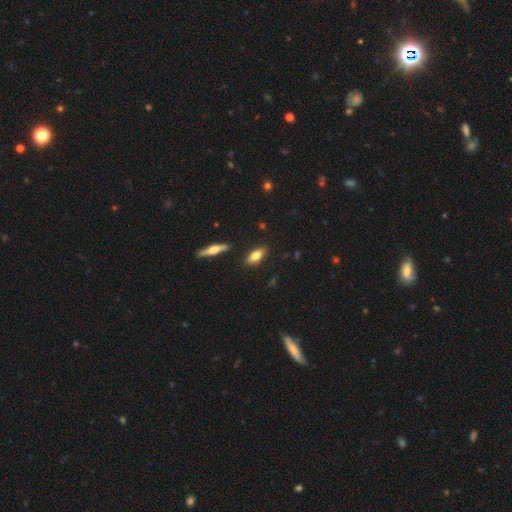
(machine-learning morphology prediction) Overall: smooth (74%). How rounded: in between (81%). Merging: none (85%).